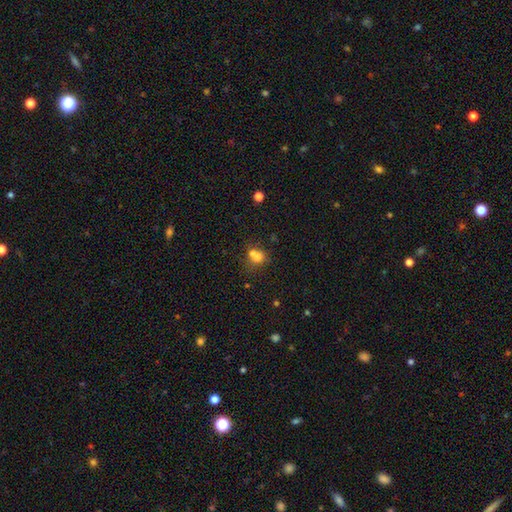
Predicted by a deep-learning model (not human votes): smooth-or-featured: smooth: 68% | featured or disk: 17% | star or artifact: 15%
  how-rounded: round: 64% | in between: 35% | cigar-shaped: 1%
  merging: merger: 55% | none: 30% | minor disturbance: 9% | major disturbance: 5%